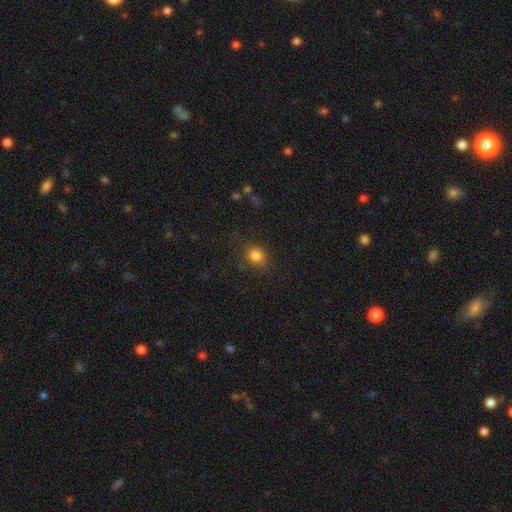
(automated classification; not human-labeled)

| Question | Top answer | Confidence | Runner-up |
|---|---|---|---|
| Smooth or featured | smooth | 83% | star or artifact (12%) |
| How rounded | round | 70% | in between (29%) |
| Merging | none | 77% | minor disturbance (15%) |